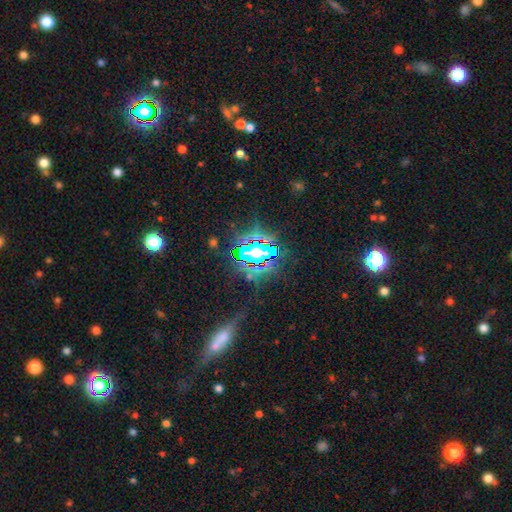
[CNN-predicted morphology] smooth-or-featured: star or artifact: 76% | smooth: 13% | featured or disk: 10%